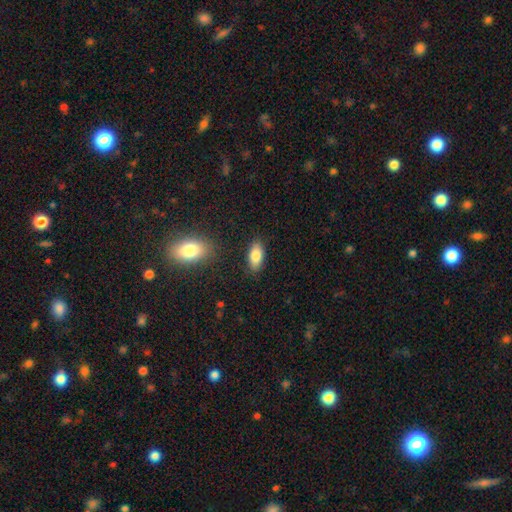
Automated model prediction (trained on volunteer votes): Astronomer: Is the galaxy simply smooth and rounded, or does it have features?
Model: smooth — 82%.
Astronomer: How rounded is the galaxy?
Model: in between — 87%.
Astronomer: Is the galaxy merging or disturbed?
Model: none — 85%.